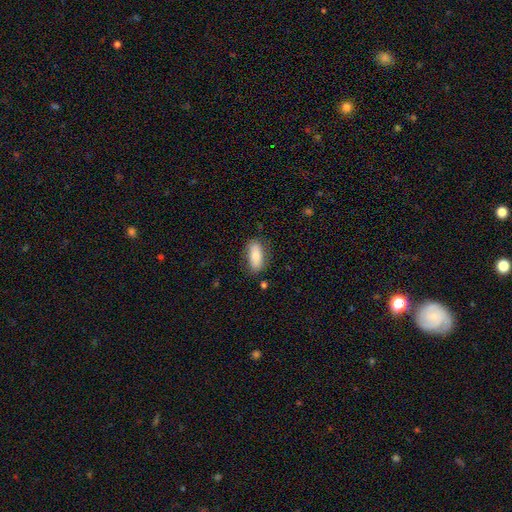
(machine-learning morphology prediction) Smooth or featured? Predicted: smooth (p=0.74). How rounded? Predicted: in between (p=0.80). Merging? Predicted: none (p=0.79).